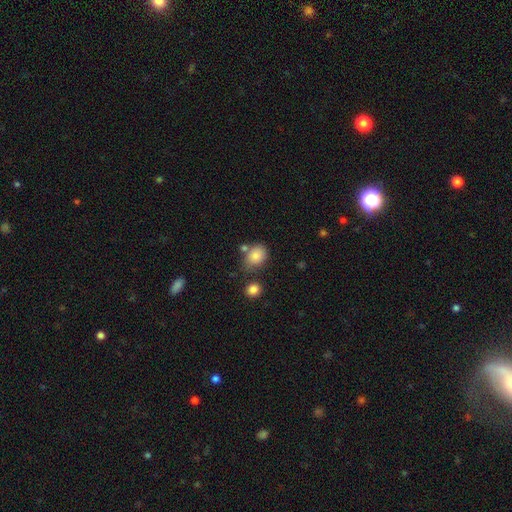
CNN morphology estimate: A smooth galaxy with no disk features (82%) that is in between round and cigar-shaped (59%).

Vote fractions:
- Smooth or featured? smooth: 82% / star or artifact: 9% / featured or disk: 8%
- How rounded? in between: 59% / round: 40% / cigar-shaped: 1%
- Merging? none: 60% / minor disturbance: 21% / merger: 14% / major disturbance: 6%